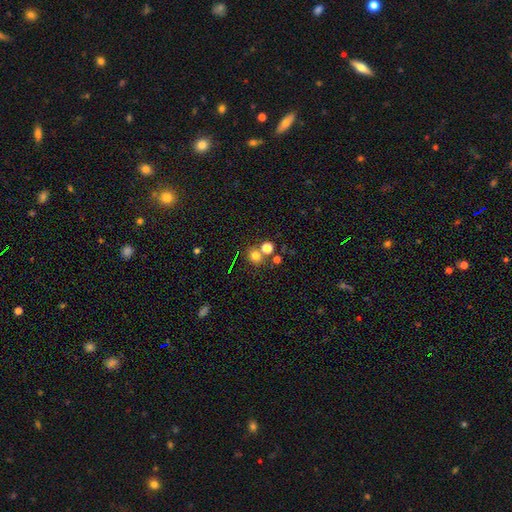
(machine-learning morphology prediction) Overall: smooth (73%). How rounded: round (82%). Merging: none (63%; merger 25%).